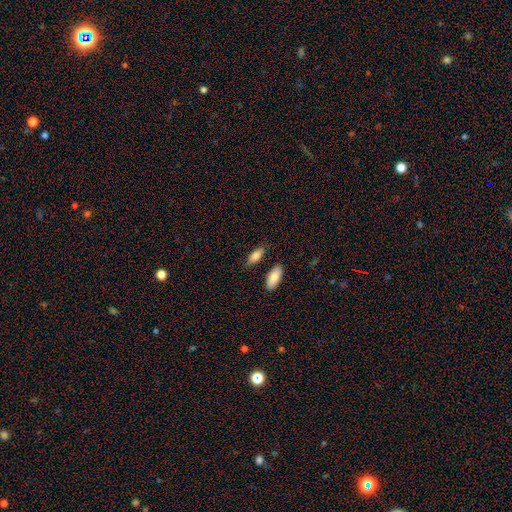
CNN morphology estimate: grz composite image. It shows a smooth galaxy with no disk features (79%) that is in between round and cigar-shaped (77%). Merging: none (76%).